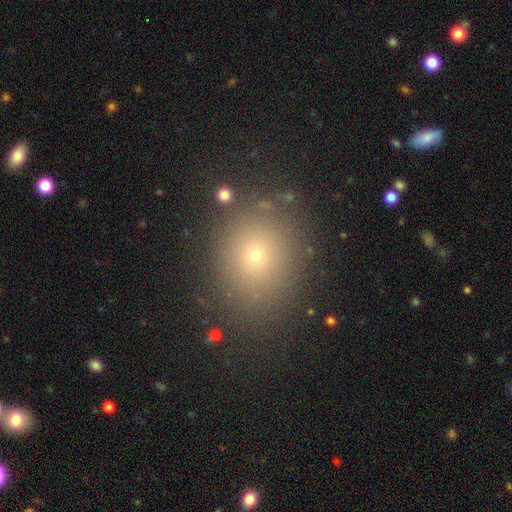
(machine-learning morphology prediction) A smooth galaxy with no disk features (69%) that is round (70%).

Vote fractions:
- Smooth or featured? smooth: 69% / star or artifact: 20% / featured or disk: 11%
- How rounded? round: 70% / in between: 29% / cigar-shaped: 1%
- Merging? none: 83% / minor disturbance: 10% / major disturbance: 4% / merger: 3%